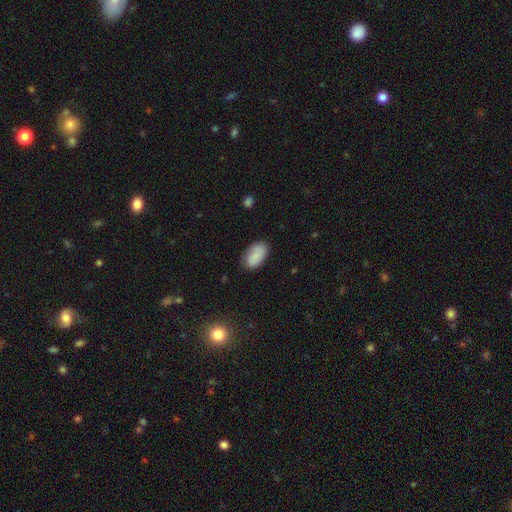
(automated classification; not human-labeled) A smooth galaxy with no disk features (84%) that is in between round and cigar-shaped (94%).

Vote fractions:
- Smooth or featured? smooth: 84% / featured or disk: 9% / star or artifact: 7%
- How rounded? in between: 94% / round: 4% / cigar-shaped: 2%
- Merging? none: 80% / minor disturbance: 15% / major disturbance: 3% / merger: 1%